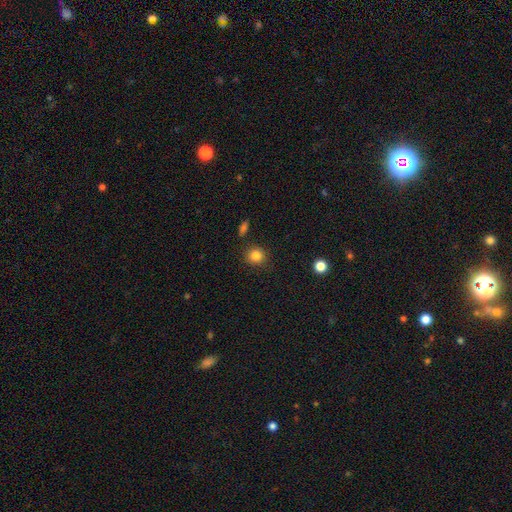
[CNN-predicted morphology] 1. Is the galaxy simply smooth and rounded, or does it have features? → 84% smooth, 11% star or artifact, 5% featured or disk.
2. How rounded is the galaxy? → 87% round, 12% in between, 1% cigar-shaped.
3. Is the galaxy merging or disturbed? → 87% none, 8% minor disturbance, 2% merger, 2% major disturbance.